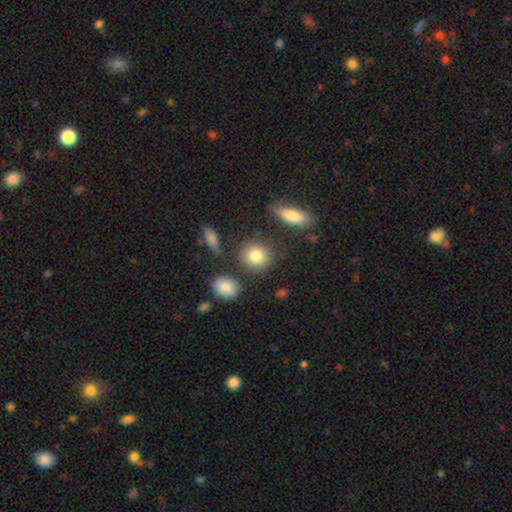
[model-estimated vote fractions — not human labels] Smooth or featured: smooth — 82% (star or artifact — 9%)
How rounded: round — 80% (in between — 19%)
Merging: none — 79% (minor disturbance — 10%)